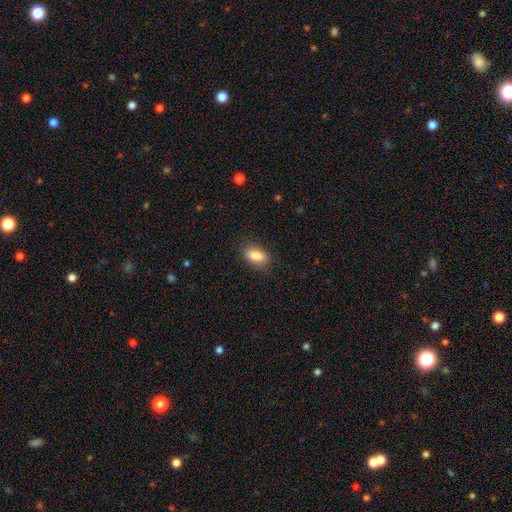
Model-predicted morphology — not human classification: Smooth or featured? Predicted: smooth (p=0.87). How rounded? Predicted: in between (p=0.89). Merging? Predicted: none (p=0.85).